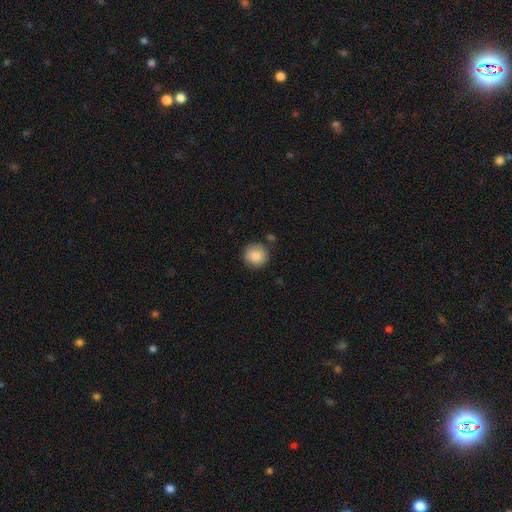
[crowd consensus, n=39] smooth-or-featured: smooth: 95% | star or artifact: 5% | featured or disk: 0%
  how-rounded: round: 92% | in between: 8% | cigar-shaped: 0%
  merging: none: 81% | minor disturbance: 8% | merger: 8% | major disturbance: 3%